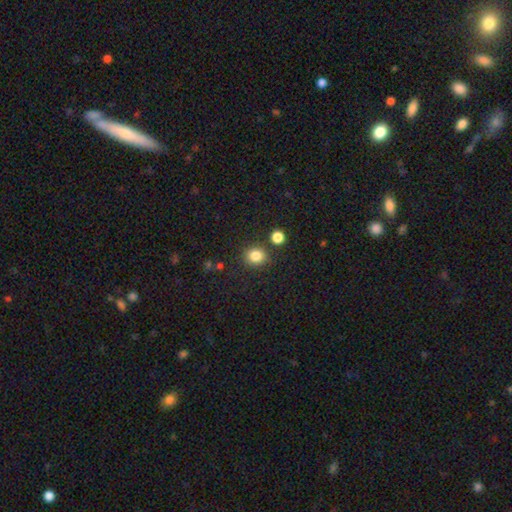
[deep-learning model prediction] This is clearly a smooth galaxy (83%). How rounded: clearly round (81%). Merging: clearly none (83%).